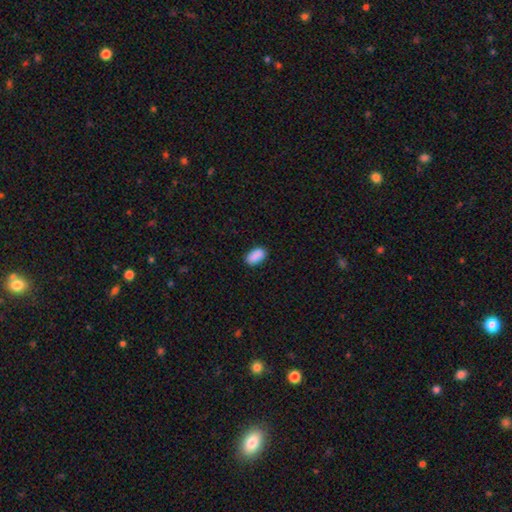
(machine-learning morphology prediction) smooth-or-featured: smooth: 89% | star or artifact: 7% | featured or disk: 4%
  how-rounded: in between: 93% | round: 5% | cigar-shaped: 2%
  merging: none: 85% | minor disturbance: 11% | major disturbance: 2% | merger: 1%